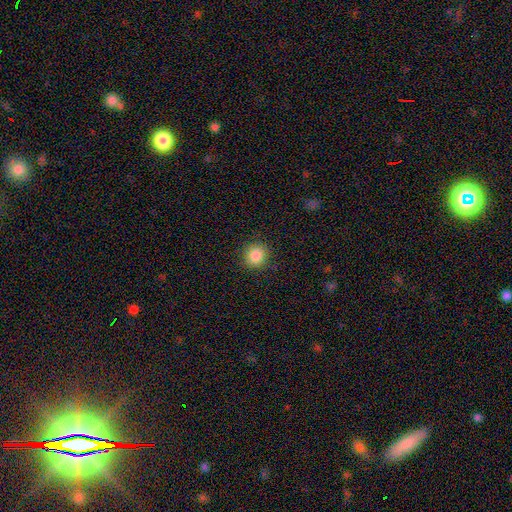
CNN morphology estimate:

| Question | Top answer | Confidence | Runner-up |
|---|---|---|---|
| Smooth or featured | smooth | 86% | star or artifact (10%) |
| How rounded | round | 87% | in between (12%) |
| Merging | none | 90% | minor disturbance (7%) |